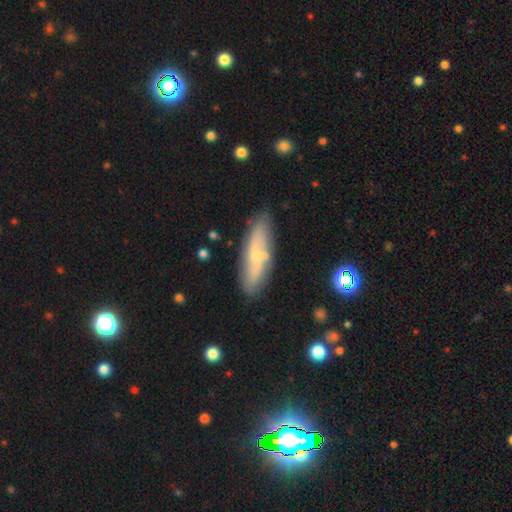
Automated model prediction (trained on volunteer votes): Q: Smooth or featured?
A: featured or disk (50%); runner-up: smooth (42%)
Q: Merging?
A: none (80%); runner-up: minor disturbance (13%)